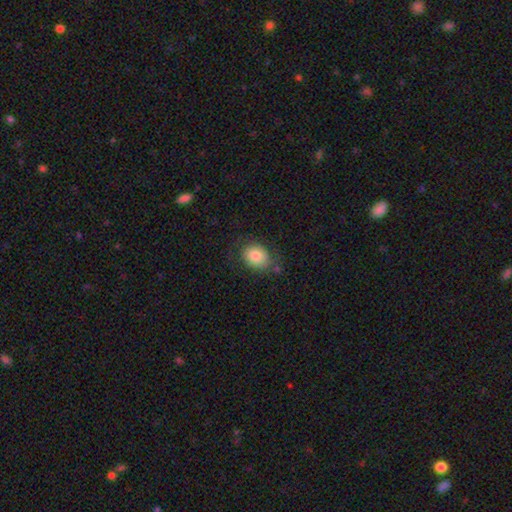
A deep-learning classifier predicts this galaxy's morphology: A smooth galaxy with no disk features (79%) that is in between round and cigar-shaped (62%). Merging: none (64%).